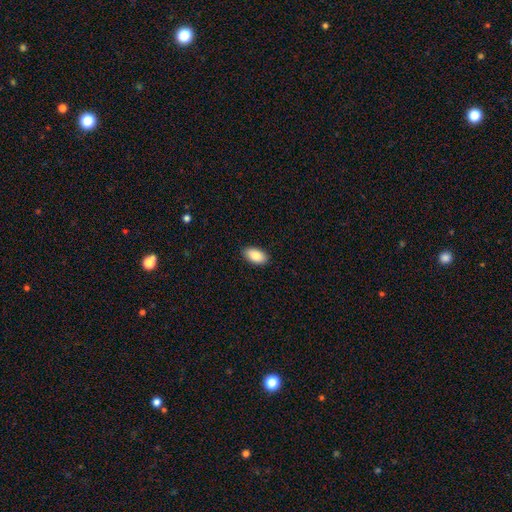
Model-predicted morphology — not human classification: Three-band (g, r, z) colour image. It shows a smooth galaxy with no disk features (86%) that is in between round and cigar-shaped (95%). Merging: none (89%).